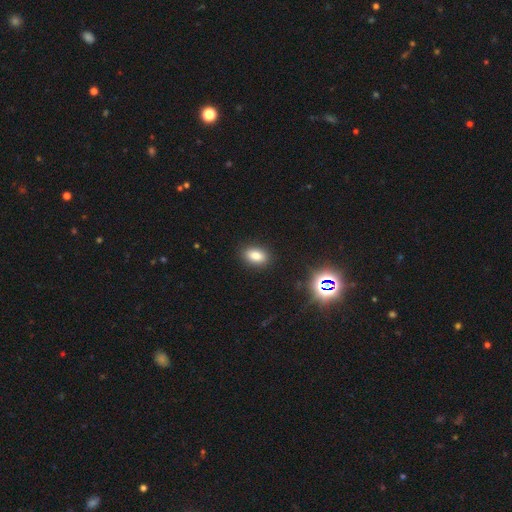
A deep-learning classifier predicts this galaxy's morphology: Q: Smooth or featured?
A: smooth (82%); runner-up: star or artifact (12%)
Q: How rounded?
A: in between (86%); runner-up: round (11%)
Q: Merging?
A: none (89%); runner-up: minor disturbance (8%)